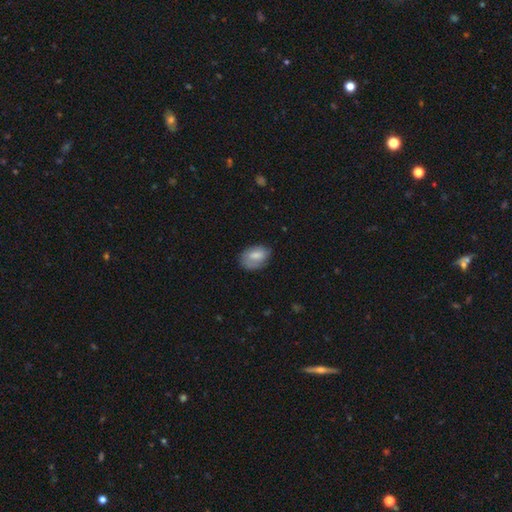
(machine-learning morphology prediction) This is likely a smooth galaxy (70%). How rounded: clearly in between (84%). Merging: likely none (66%).